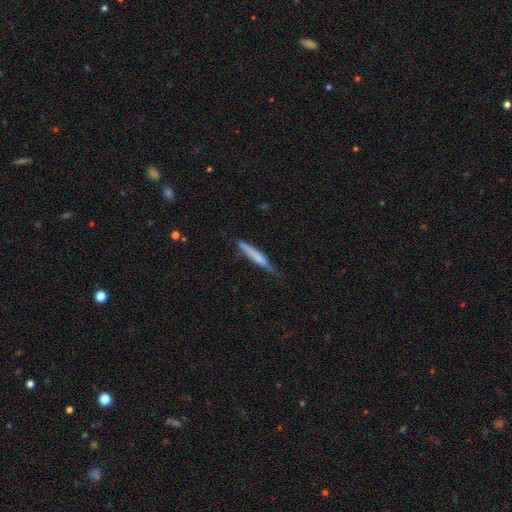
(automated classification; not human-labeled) Smooth or featured?
  - smooth: 66% *
  - featured or disk: 29%
  - star or artifact: 6%
How rounded?
  - cigar-shaped: 95% *
  - in between: 4%
  - round: 1%
Merging?
  - none: 67% *
  - minor disturbance: 27%
  - major disturbance: 5%
  - merger: 2%